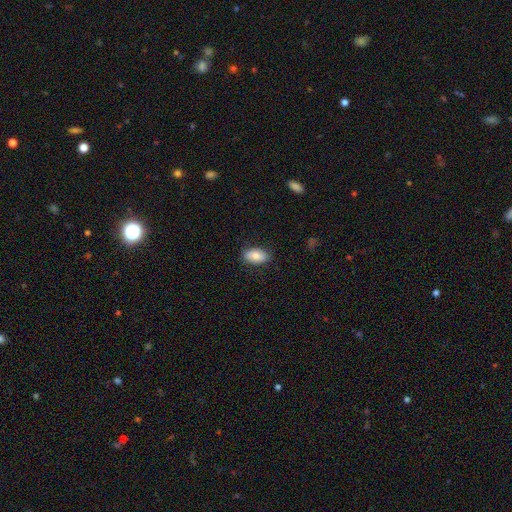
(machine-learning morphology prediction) This appears to be a smooth galaxy with no disk features (81%) that is in between round and cigar-shaped (93%). Merging: none (85%).